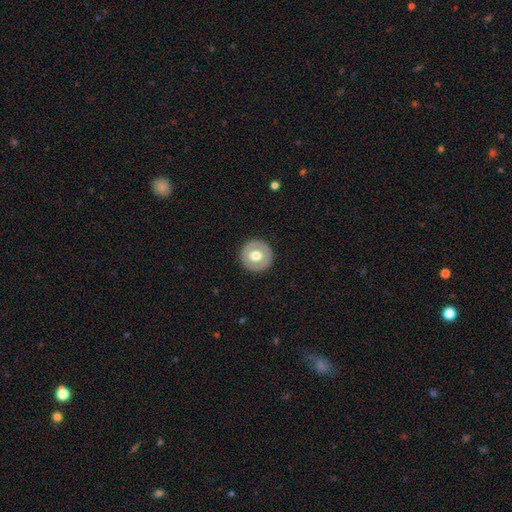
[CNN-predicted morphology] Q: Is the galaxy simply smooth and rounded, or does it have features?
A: smooth — 57%.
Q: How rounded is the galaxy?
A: round — 95%.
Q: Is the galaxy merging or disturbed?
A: none — 90%.